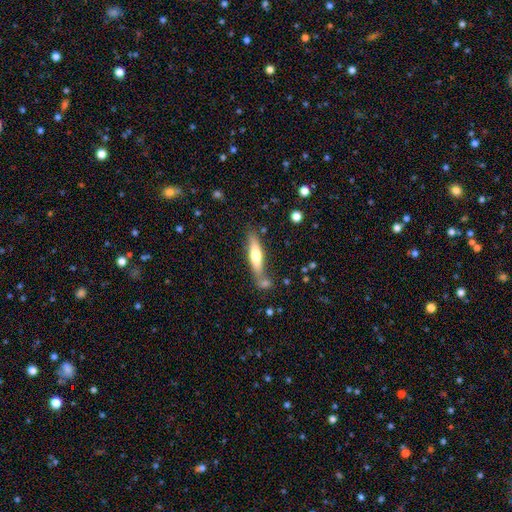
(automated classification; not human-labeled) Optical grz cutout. It shows a smooth galaxy with no disk features (56%) that is cigar-shaped (76%). Merging: none (66%).